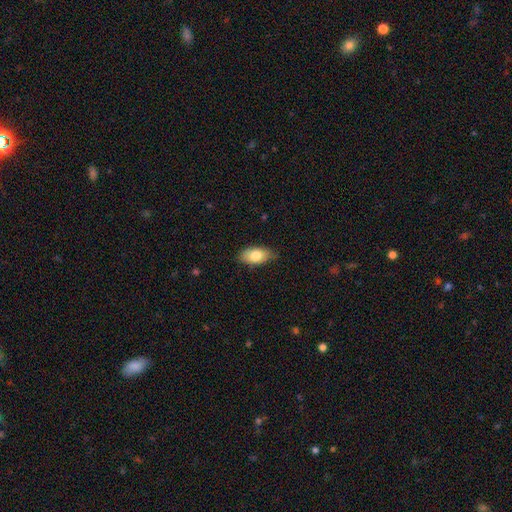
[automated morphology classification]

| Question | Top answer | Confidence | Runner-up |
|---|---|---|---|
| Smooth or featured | smooth | 78% | featured or disk (15%) |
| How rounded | in between | 91% | cigar-shaped (5%) |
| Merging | none | 77% | minor disturbance (19%) |